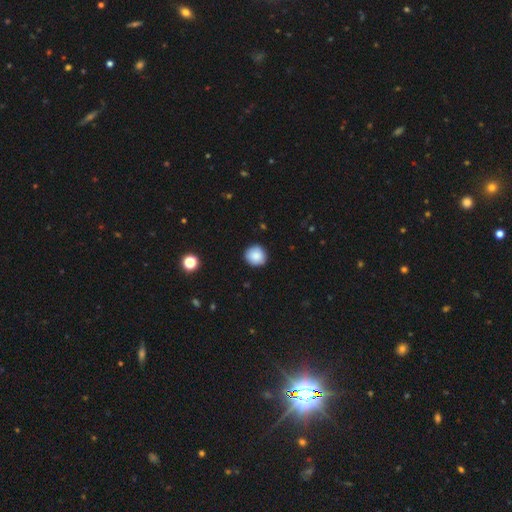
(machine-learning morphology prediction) type=smooth (88%); roundness=round (91%); merging=none (90%).